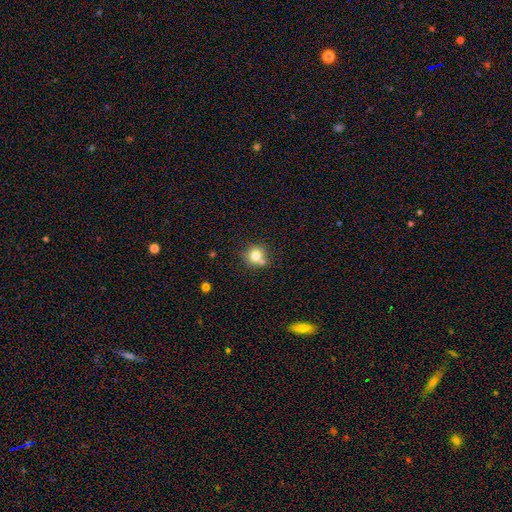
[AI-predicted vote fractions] Smooth or featured?
  - smooth: 78% *
  - star or artifact: 12%
  - featured or disk: 11%
How rounded?
  - round: 88% *
  - in between: 11%
  - cigar-shaped: 1%
Merging?
  - none: 64% *
  - merger: 20%
  - minor disturbance: 12%
  - major disturbance: 3%